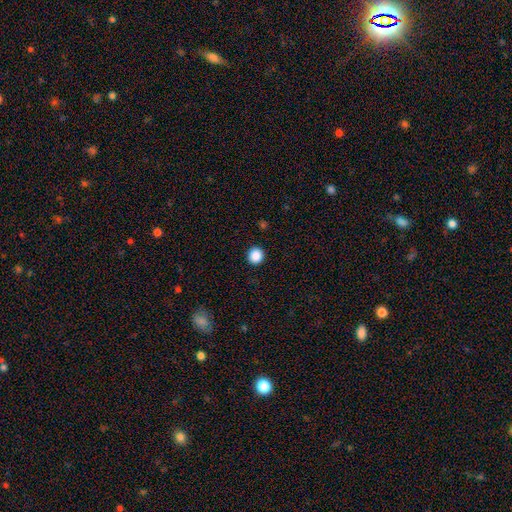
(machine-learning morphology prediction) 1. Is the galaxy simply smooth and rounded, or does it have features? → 88% smooth, 9% star or artifact, 3% featured or disk.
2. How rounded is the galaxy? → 92% round, 7% in between, 1% cigar-shaped.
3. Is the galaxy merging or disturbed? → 93% none, 5% minor disturbance, 2% major disturbance, 1% merger.